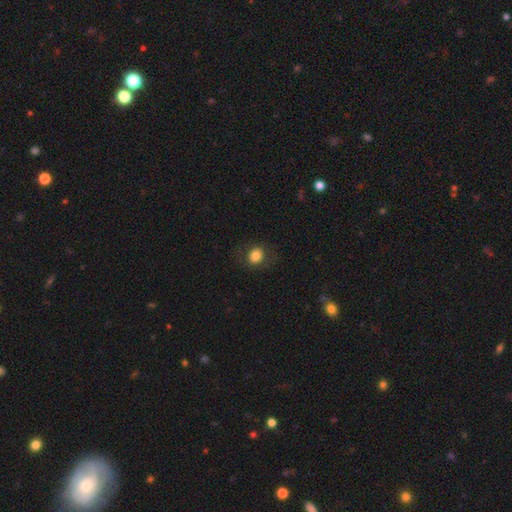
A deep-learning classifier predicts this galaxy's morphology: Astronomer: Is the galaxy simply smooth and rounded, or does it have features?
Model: smooth — 80%.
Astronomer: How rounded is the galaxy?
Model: round — 69%.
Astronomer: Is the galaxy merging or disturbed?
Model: none — 82%.